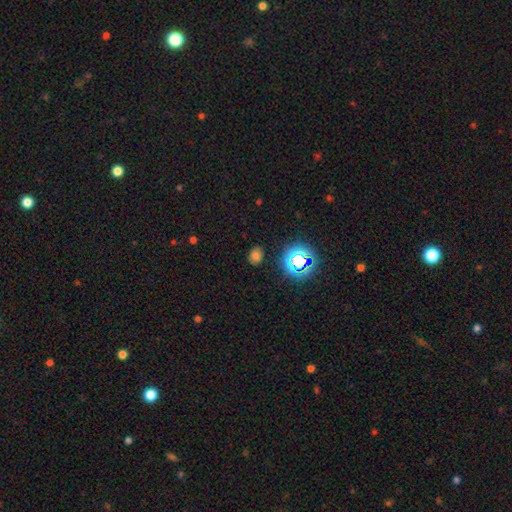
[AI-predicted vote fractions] This appears to be a smooth galaxy with no disk features (66%) that is round (52%). Merging: none (83%).